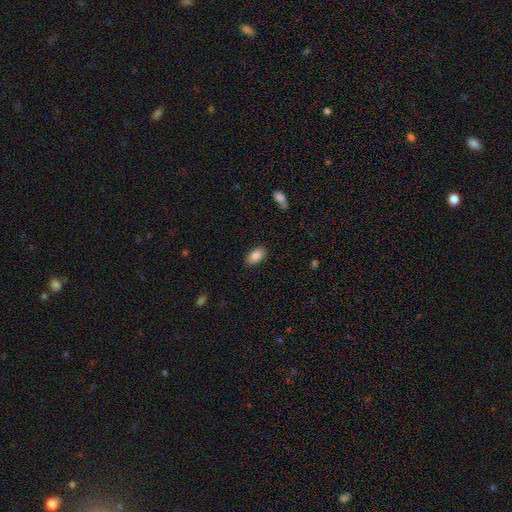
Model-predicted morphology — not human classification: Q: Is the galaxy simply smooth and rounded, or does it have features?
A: smooth — 87%.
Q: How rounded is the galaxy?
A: in between — 93%.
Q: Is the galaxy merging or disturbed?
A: none — 87%.